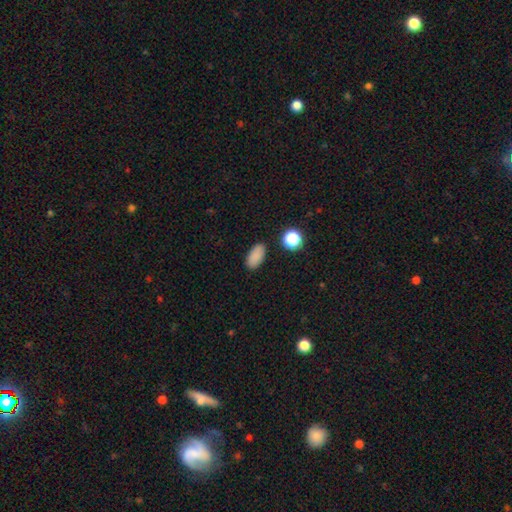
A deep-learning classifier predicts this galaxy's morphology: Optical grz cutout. It shows a smooth galaxy with no disk features (86%) that is in between round and cigar-shaped (90%). Merging: none (88%).